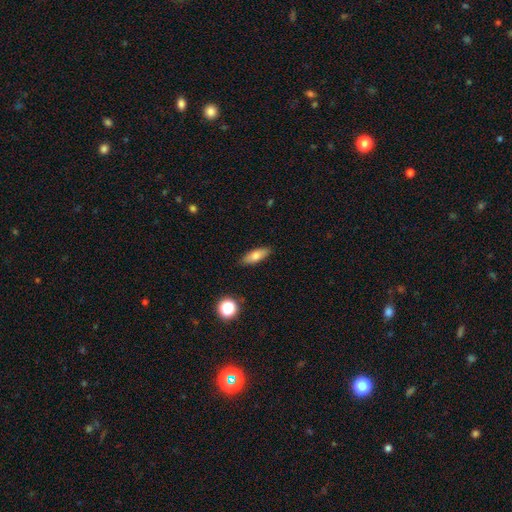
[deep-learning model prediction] This appears to be a smooth galaxy with no disk features (74%) that is in between round and cigar-shaped (60%). Merging: none (88%).